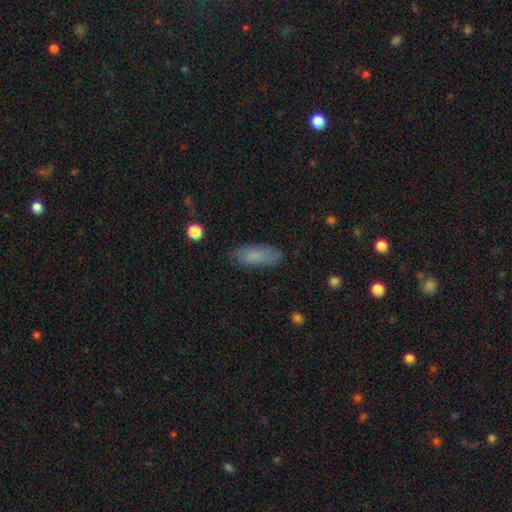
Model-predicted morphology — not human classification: This appears to be a smooth galaxy with no disk features (79%) that is in between round and cigar-shaped (71%). Merging: none (77%).